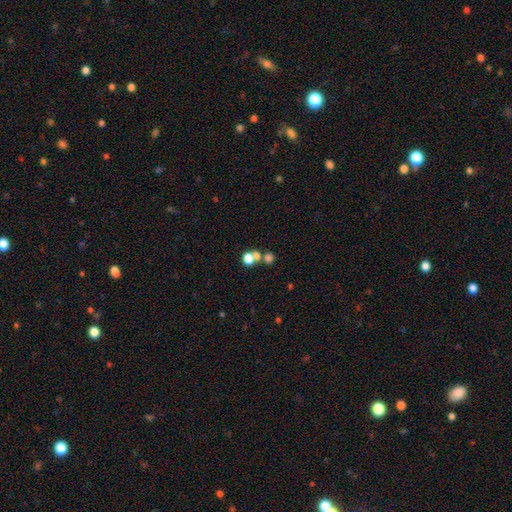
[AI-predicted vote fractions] Morphology: type=smooth (53%); roundness=round (77%); merging=none (54%).